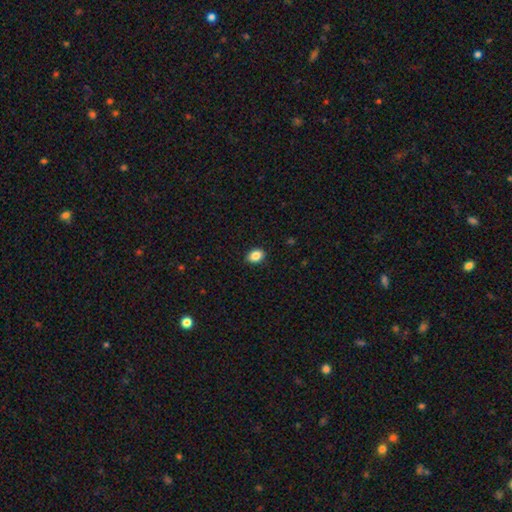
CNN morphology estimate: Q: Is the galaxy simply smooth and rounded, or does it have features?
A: smooth — 87%.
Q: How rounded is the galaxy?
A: in between — 74%.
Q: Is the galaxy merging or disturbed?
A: none — 89%.